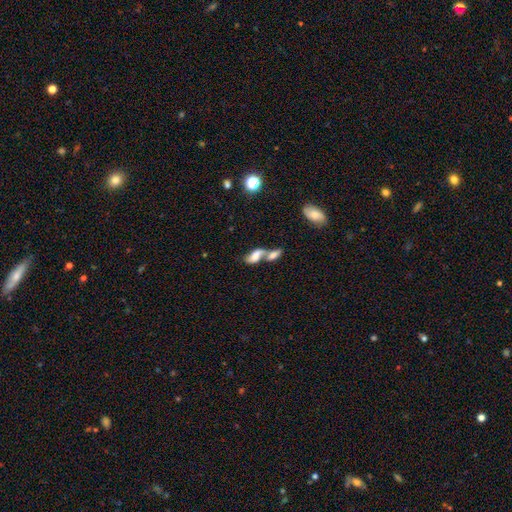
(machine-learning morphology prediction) smooth 57%, featured or disk 32%, star or artifact 11%. Down the decision tree: how rounded — in between (79%); merging — merger (72%).